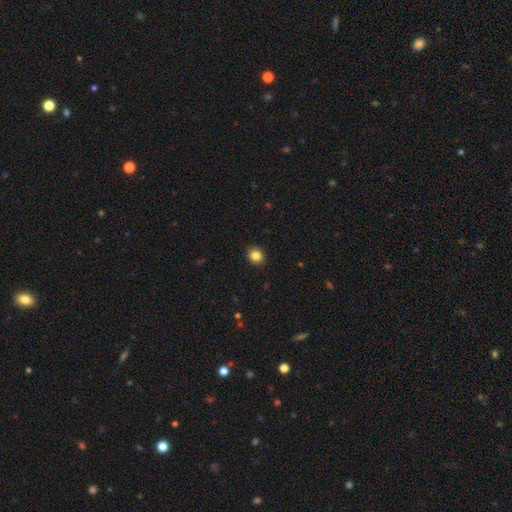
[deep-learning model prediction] Morphology: type=smooth (85%); roundness=round (76%); merging=none (91%).